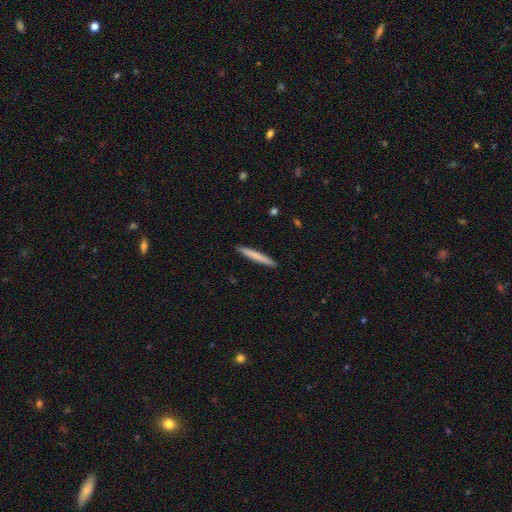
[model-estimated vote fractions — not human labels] This is likely a smooth galaxy (73%). How rounded: clearly cigar-shaped (97%). Merging: clearly none (92%).